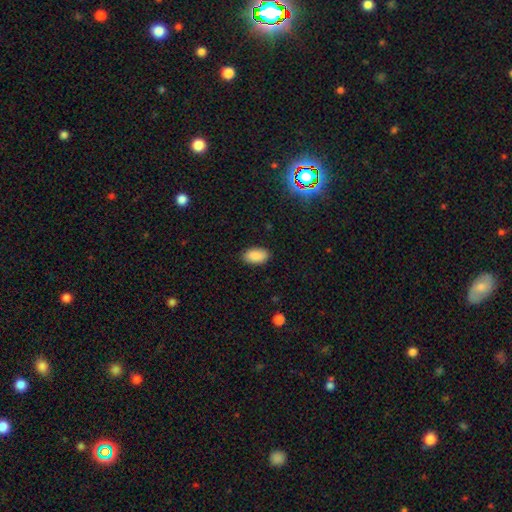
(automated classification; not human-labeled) Smooth or featured: smooth — 89% (star or artifact — 7%)
How rounded: in between — 94% (round — 4%)
Merging: none — 87% (minor disturbance — 10%)